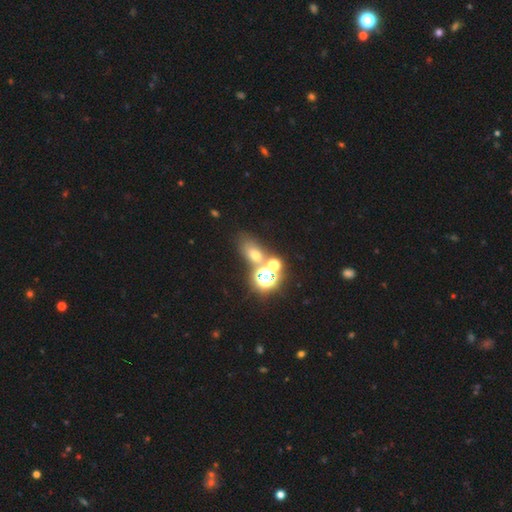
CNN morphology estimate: Smooth or featured? smooth (48%)
Merging? none (49%)